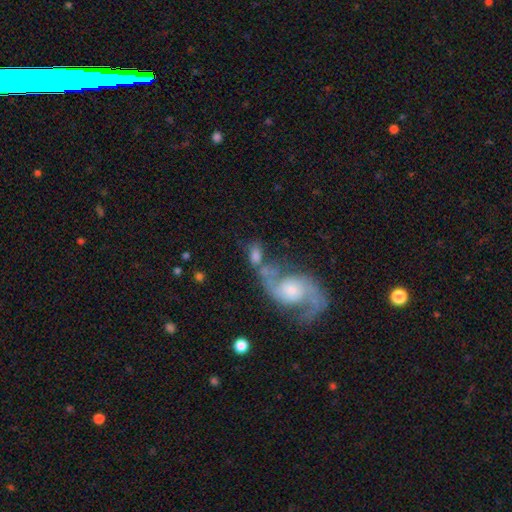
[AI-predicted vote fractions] This is possibly a featured or disk galaxy (53%). It is clearly not viewed edge-on (95%). Bar: possibly no (55%). Spiral arm pattern: clearly yes (84%). Central bulge: marginally moderate (38%). Merging: marginally merger (42%).